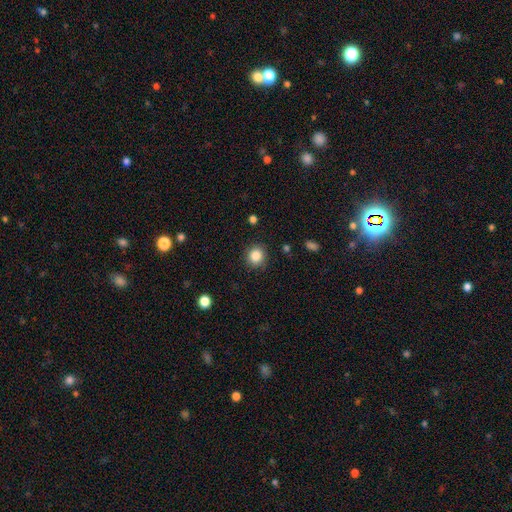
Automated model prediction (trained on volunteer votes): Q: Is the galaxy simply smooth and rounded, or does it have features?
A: smooth — 85%.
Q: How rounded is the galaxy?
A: round — 89%.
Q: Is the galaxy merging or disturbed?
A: none — 88%.